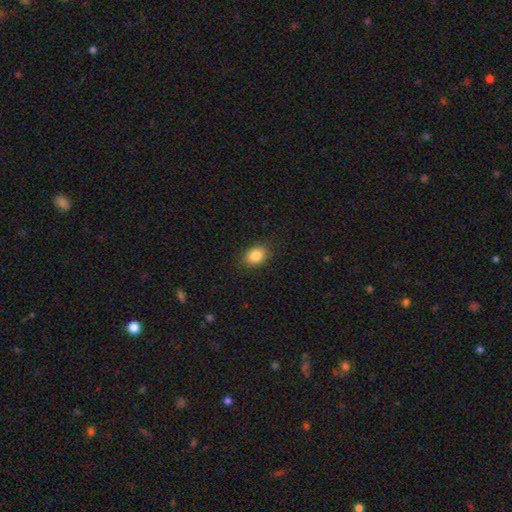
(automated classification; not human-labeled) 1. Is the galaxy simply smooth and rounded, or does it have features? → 85% smooth, 9% star or artifact, 6% featured or disk.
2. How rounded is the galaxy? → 73% in between, 26% round, 1% cigar-shaped.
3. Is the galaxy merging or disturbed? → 87% none, 10% minor disturbance, 2% major disturbance, 1% merger.